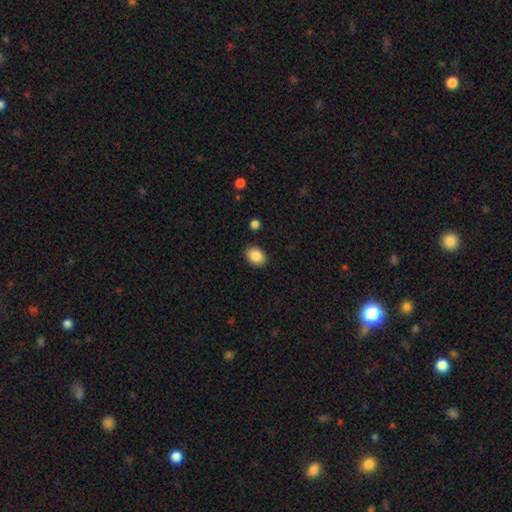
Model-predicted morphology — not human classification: Overall: smooth (87%). How rounded: in between (64%; round 35%). Merging: none (88%).